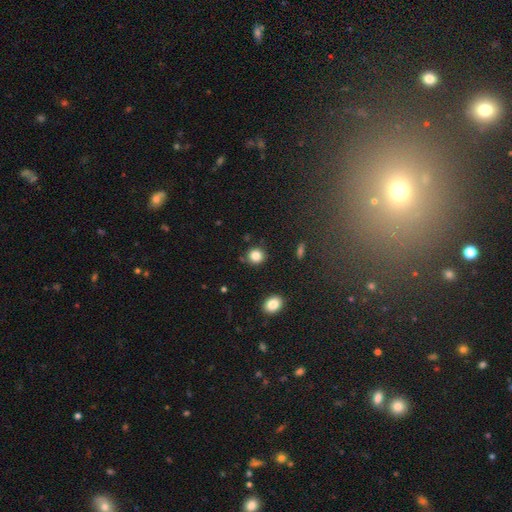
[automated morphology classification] Overall: smooth (85%). How rounded: round (89%). Merging: none (86%).